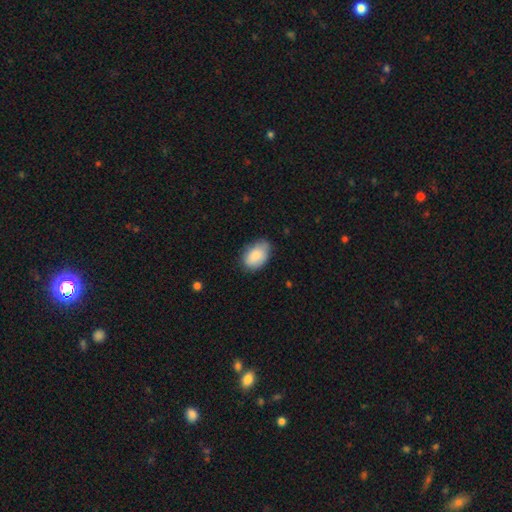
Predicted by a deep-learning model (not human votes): Smooth or featured? Predicted: smooth (p=0.87). How rounded? Predicted: in between (p=0.89). Merging? Predicted: none (p=0.71).